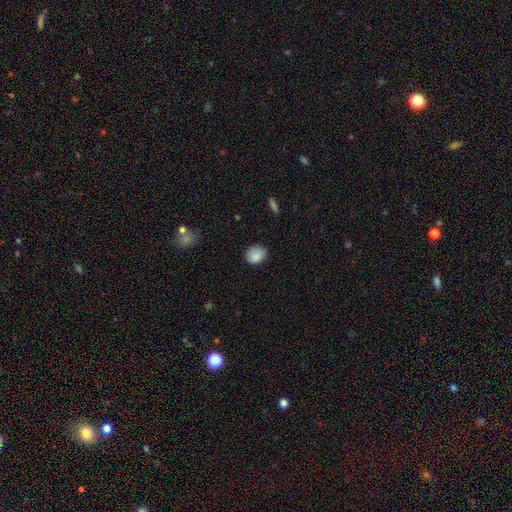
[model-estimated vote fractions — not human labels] Smooth or featured?
  - smooth: 87% *
  - star or artifact: 8%
  - featured or disk: 5%
How rounded?
  - round: 67% *
  - in between: 32%
  - cigar-shaped: 1%
Merging?
  - none: 79% *
  - minor disturbance: 17%
  - major disturbance: 3%
  - merger: 1%